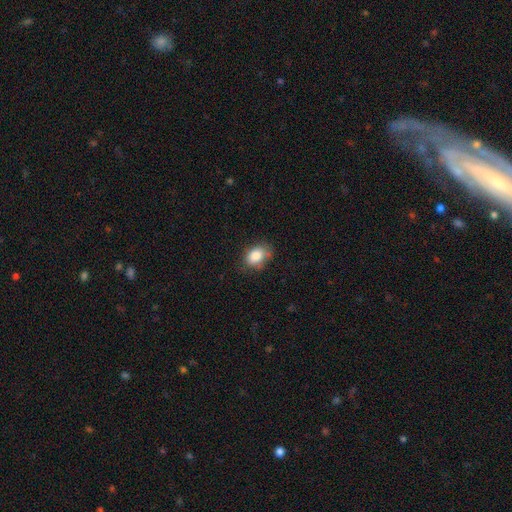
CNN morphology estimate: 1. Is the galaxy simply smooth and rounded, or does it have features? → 84% smooth, 8% star or artifact, 7% featured or disk.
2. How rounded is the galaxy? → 77% in between, 22% round, 1% cigar-shaped.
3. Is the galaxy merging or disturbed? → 66% none, 25% minor disturbance, 6% major disturbance, 2% merger.